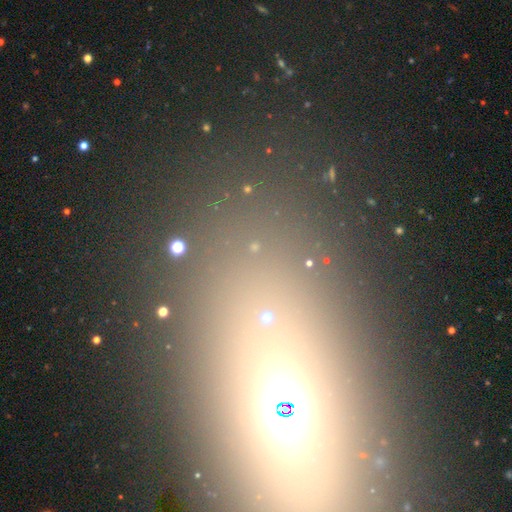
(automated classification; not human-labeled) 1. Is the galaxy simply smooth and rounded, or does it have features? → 57% star or artifact, 27% smooth, 17% featured or disk.